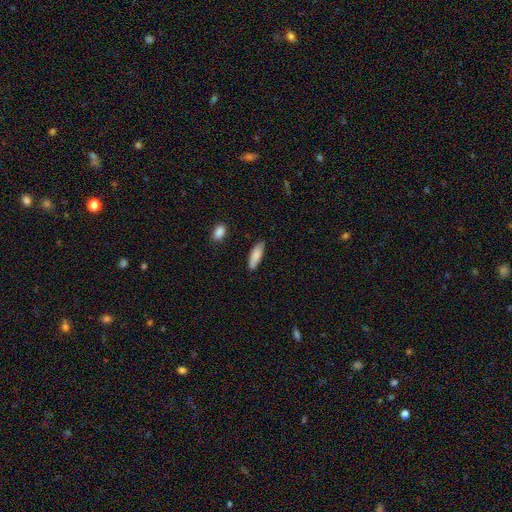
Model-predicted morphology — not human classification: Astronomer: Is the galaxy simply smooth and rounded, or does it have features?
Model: smooth — 85%.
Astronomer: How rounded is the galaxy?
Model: in between — 56% (runner-up: cigar-shaped, 43%).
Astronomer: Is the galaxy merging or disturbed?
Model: none — 80%.